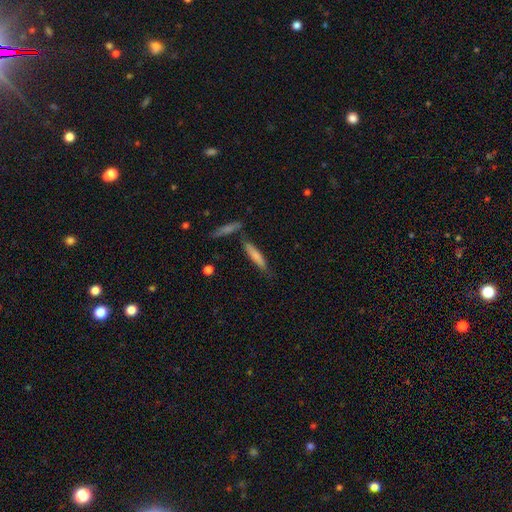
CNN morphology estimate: Overall: smooth (76%). How rounded: cigar-shaped (85%). Merging: none (71%).